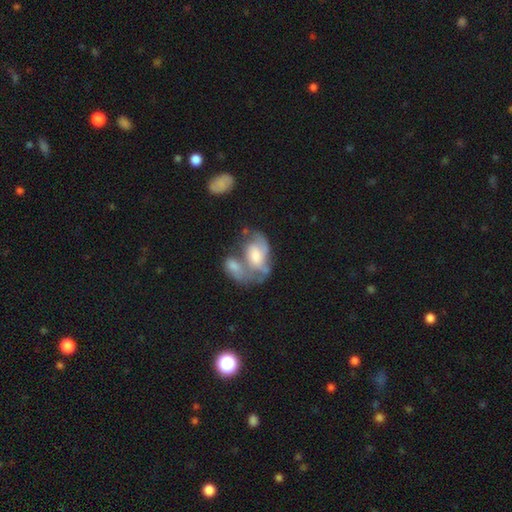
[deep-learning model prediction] Overall: featured or disk (63%; smooth 29%). Edge-on disk: no (96%). Bar: no (58%; weak 33%). Spiral arms: yes (68%; no 32%). Bulge size: moderate (44%; large 25%). Merging: merger (53%; none 18%).